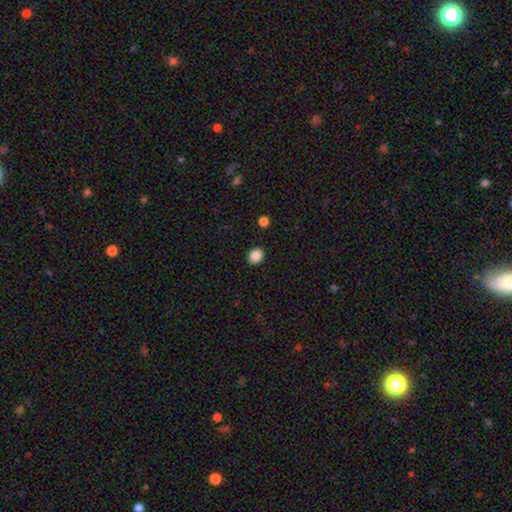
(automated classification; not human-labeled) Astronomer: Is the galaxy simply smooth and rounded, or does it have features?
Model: smooth — 88%.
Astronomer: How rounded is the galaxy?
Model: round — 53% (runner-up: in between, 47%).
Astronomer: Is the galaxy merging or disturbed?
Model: none — 90%.